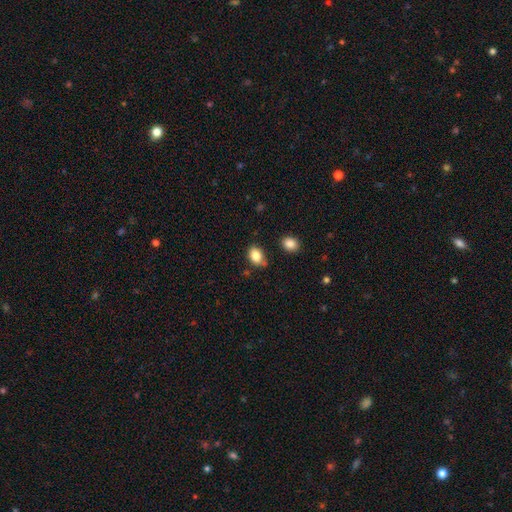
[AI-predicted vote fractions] smooth-or-featured: smooth: 85% | star or artifact: 9% | featured or disk: 6%
  how-rounded: in between: 76% | round: 23% | cigar-shaped: 1%
  merging: none: 66% | minor disturbance: 24% | merger: 5% | major disturbance: 5%